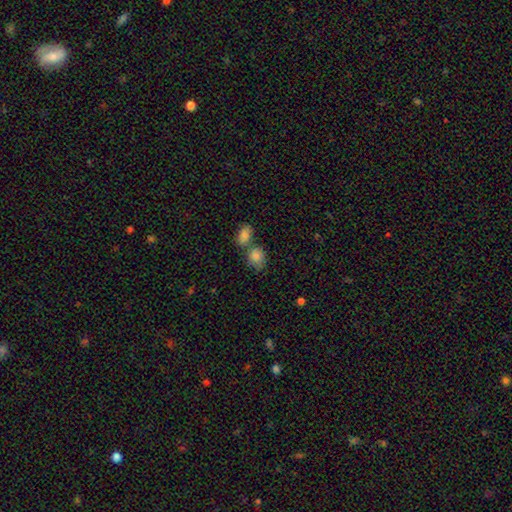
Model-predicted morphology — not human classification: type=smooth (82%); roundness=round (56%); merging=none (46%).